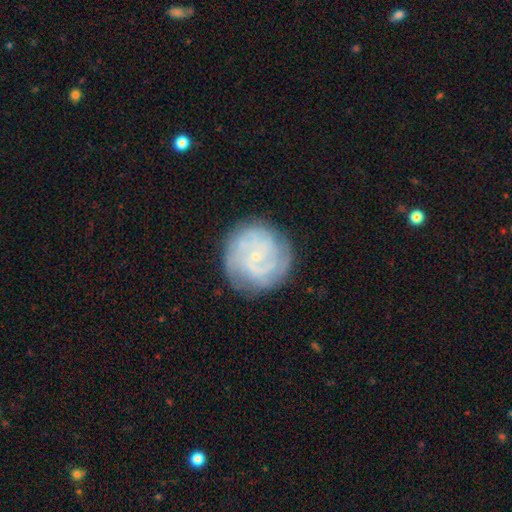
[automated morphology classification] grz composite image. It shows a featured or disk galaxy (73%) with no bar (65%), tight (66%) spiral arms (90%) and a small central bulge (83%). Merging: none (80%).